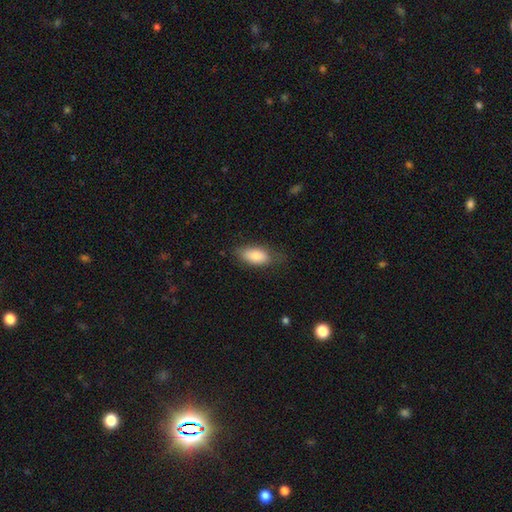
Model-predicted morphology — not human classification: Smooth or featured?
  - smooth: 82% *
  - featured or disk: 11%
  - star or artifact: 6%
How rounded?
  - in between: 89% *
  - cigar-shaped: 8%
  - round: 3%
Merging?
  - none: 67% *
  - minor disturbance: 24%
  - major disturbance: 7%
  - merger: 1%